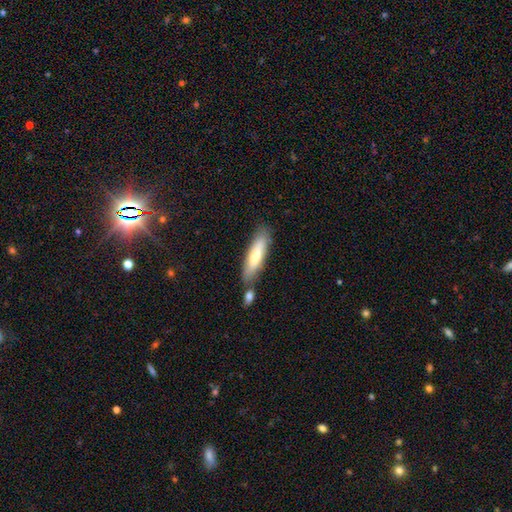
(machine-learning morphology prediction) Smooth or featured? smooth (73%)
How rounded? cigar-shaped (69%)
Merging? none (64%)